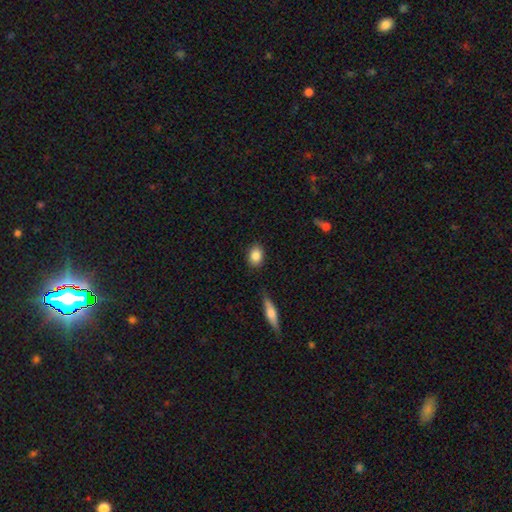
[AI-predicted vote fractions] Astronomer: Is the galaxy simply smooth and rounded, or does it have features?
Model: smooth — 86%.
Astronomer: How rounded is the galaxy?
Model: in between — 65%.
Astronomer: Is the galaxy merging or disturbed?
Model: none — 85%.